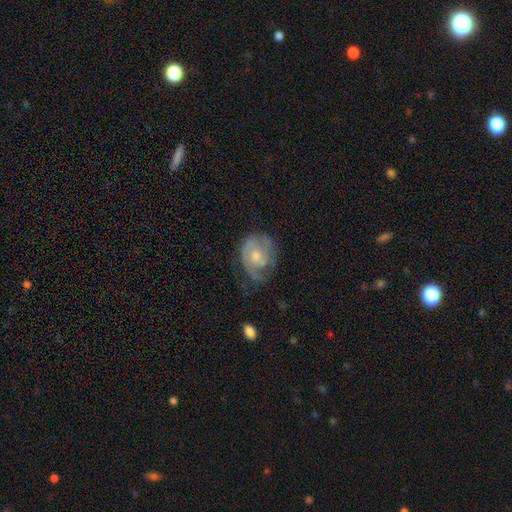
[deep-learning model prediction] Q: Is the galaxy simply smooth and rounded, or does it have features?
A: featured or disk — 59%.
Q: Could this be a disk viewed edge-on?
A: no — 97%.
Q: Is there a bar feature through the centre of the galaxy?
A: no — 78%.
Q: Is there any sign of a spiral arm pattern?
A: yes — 64%.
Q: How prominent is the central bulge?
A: moderate — 52%.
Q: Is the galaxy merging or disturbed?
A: none — 43%.